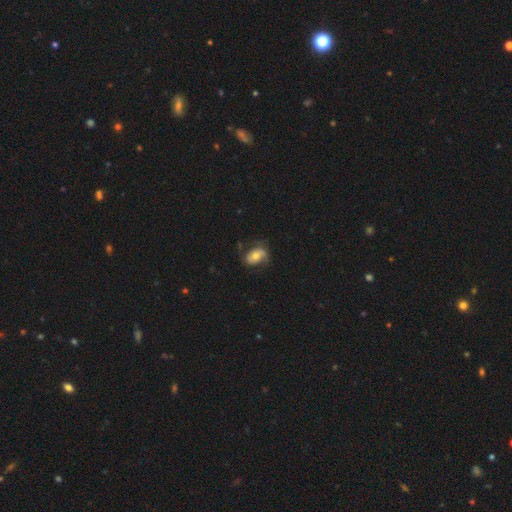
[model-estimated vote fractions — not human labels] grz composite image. It shows a smooth galaxy with no disk features (47%). Merging: none (58%).